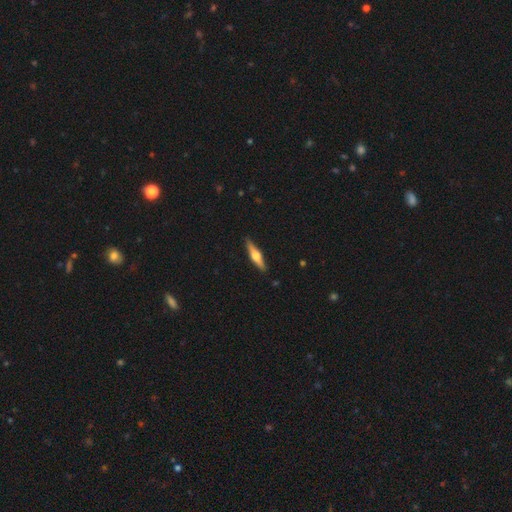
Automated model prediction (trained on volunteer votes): Morphology: type=featured or disk (64%); edge-on=yes (97%); edge-on bulge=rounded (93%); merging=none (90%).